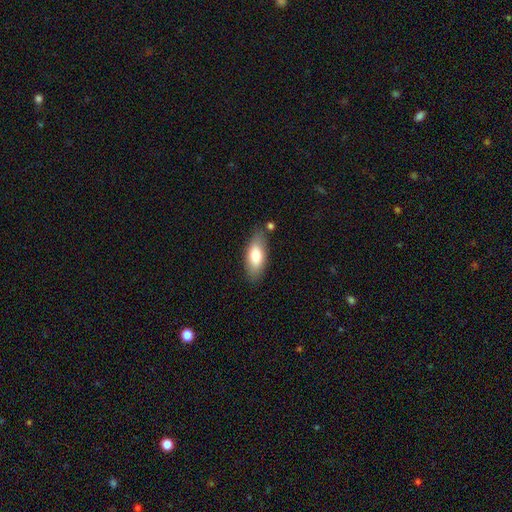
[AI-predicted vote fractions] smooth-or-featured: smooth: 78% | featured or disk: 16% | star or artifact: 6%
  how-rounded: in between: 81% | cigar-shaped: 17% | round: 2%
  merging: none: 78% | minor disturbance: 15% | merger: 4% | major disturbance: 3%